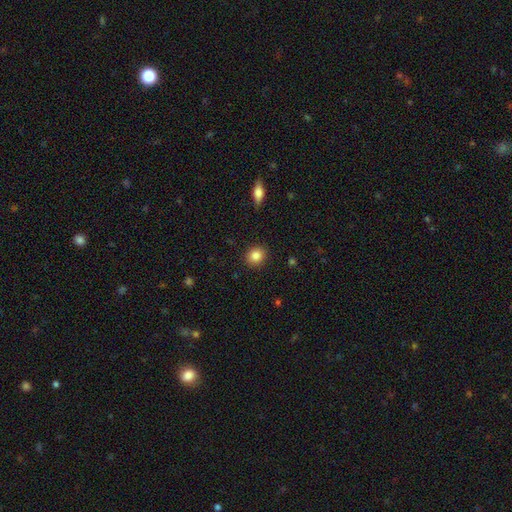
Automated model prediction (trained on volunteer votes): Morphology: type=smooth (85%); roundness=round (76%); merging=none (90%).